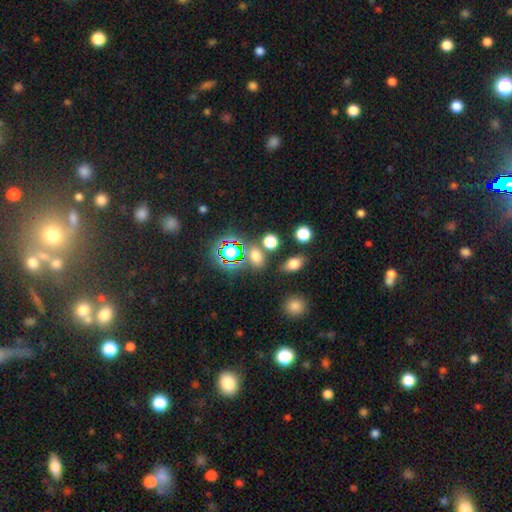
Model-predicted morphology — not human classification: Smooth or featured?
  - smooth: 61% *
  - star or artifact: 31%
  - featured or disk: 8%
How rounded?
  - in between: 66% *
  - round: 32%
  - cigar-shaped: 3%
Merging?
  - none: 71% *
  - merger: 14%
  - minor disturbance: 10%
  - major disturbance: 5%